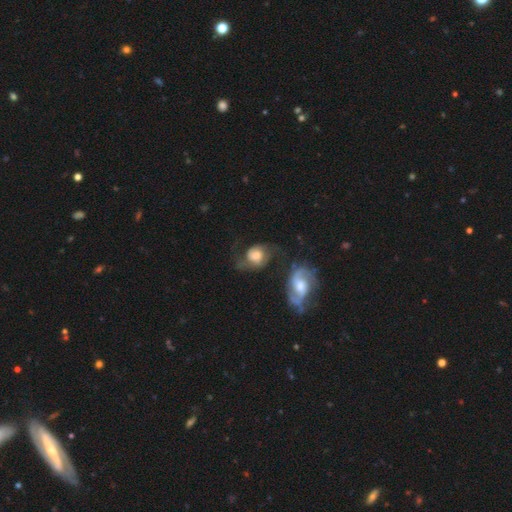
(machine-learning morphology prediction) smooth_or_featured: featured or disk (p=0.58) [alt: smooth p=0.34]
disk_edge_on: no (p=0.96) [alt: yes p=0.04]
bar: no (p=0.55) [alt: weak p=0.37]
has_spiral_arms: yes (p=0.84) [alt: no p=0.16]
bulge_size: moderate (p=0.49) [alt: large p=0.25]
merging: none (p=0.37) [alt: major disturbance p=0.24]